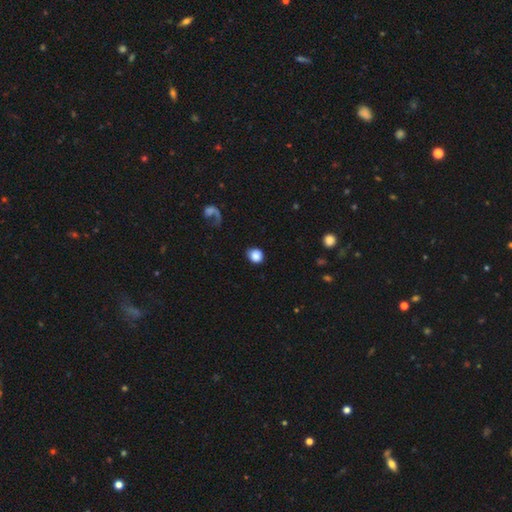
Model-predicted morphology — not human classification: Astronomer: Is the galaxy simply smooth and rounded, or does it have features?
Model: smooth — 84%.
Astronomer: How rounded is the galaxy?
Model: round — 82%.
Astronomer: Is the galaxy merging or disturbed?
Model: none — 83%.